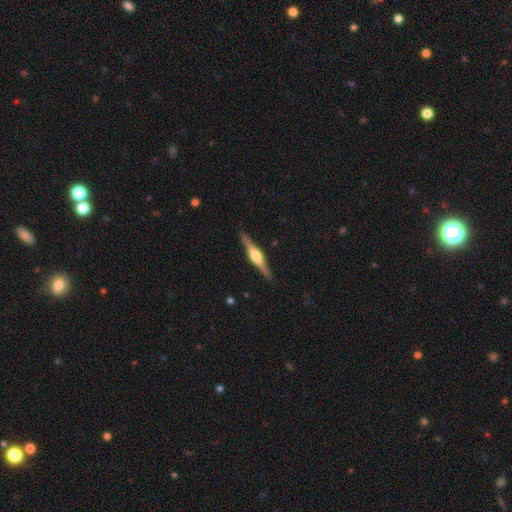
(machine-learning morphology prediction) A featured or disk galaxy (79%) viewed edge-on (98%) with a rounded central bulge (88%). Merging: none (90%).